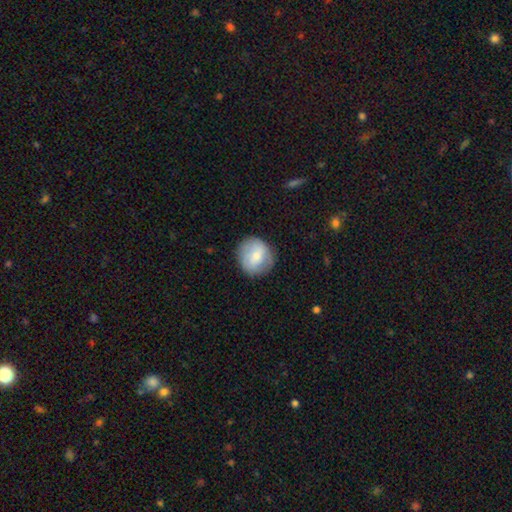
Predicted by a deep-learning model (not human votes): smooth 69%, featured or disk 24%, star or artifact 7%. Down the decision tree: how rounded — round (87%); merging — none (83%).